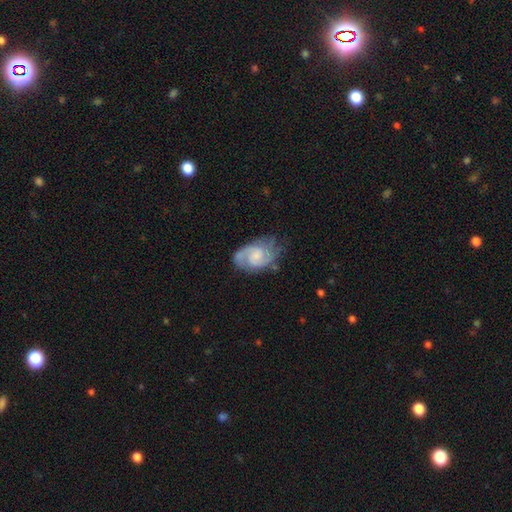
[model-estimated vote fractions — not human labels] smooth_or_featured: featured or disk (p=0.78) [alt: smooth p=0.16]
disk_edge_on: no (p=0.97) [alt: yes p=0.03]
bar: no (p=0.55) [alt: weak p=0.40]
has_spiral_arms: yes (p=0.94) [alt: no p=0.06]
spiral_winding: medium (p=0.47) [alt: tight p=0.36]
spiral_arm_count: 2 (p=0.67) [alt: can't tell p=0.15]
bulge_size: small (p=0.44) [alt: moderate p=0.31]
merging: none (p=0.62) [alt: minor disturbance p=0.25]